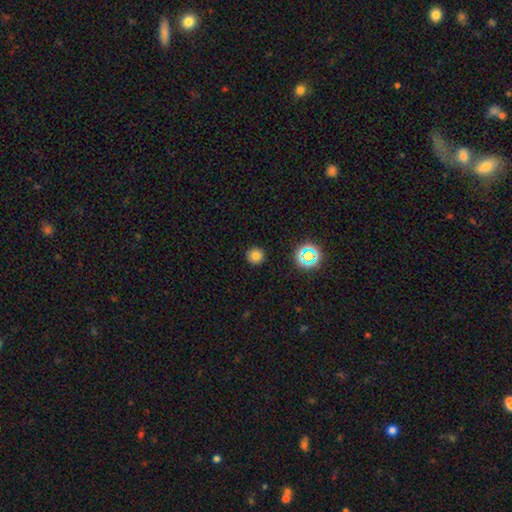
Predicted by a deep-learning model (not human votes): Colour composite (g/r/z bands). It shows a smooth galaxy with no disk features (77%) that is round (94%). Merging: none (91%).